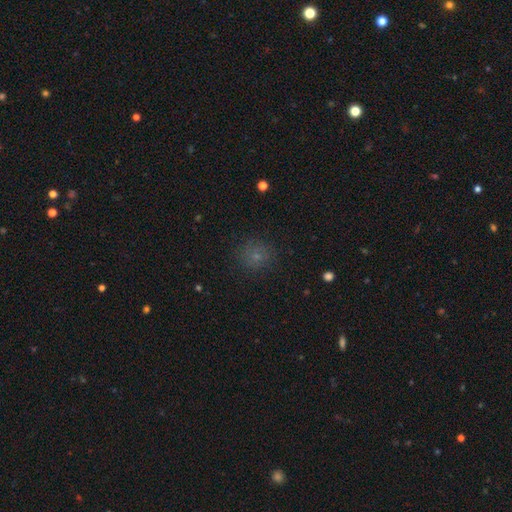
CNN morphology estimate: Smooth or featured?
  - smooth: 69% *
  - star or artifact: 22%
  - featured or disk: 9%
How rounded?
  - round: 87% *
  - in between: 12%
  - cigar-shaped: 1%
Merging?
  - none: 84% *
  - minor disturbance: 11%
  - major disturbance: 4%
  - merger: 1%